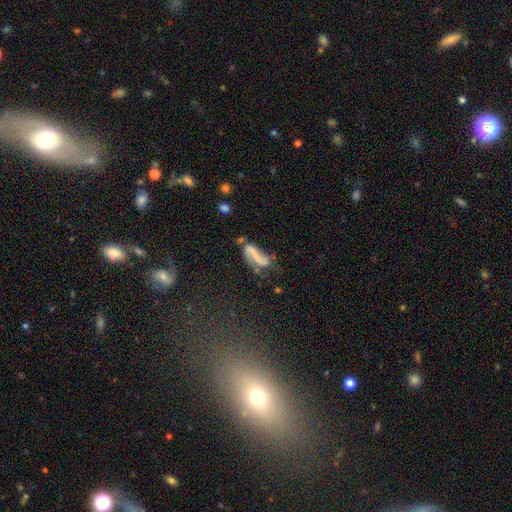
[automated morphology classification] Smooth or featured? featured or disk (52%)
Edge-on disk? no (90%)
Merging? none (35%)